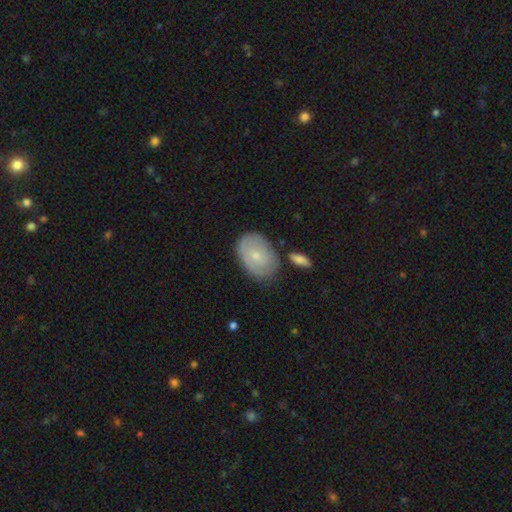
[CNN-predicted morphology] A smooth galaxy with no disk features (55%) that is in between round and cigar-shaped (79%). Merging: none (66%).